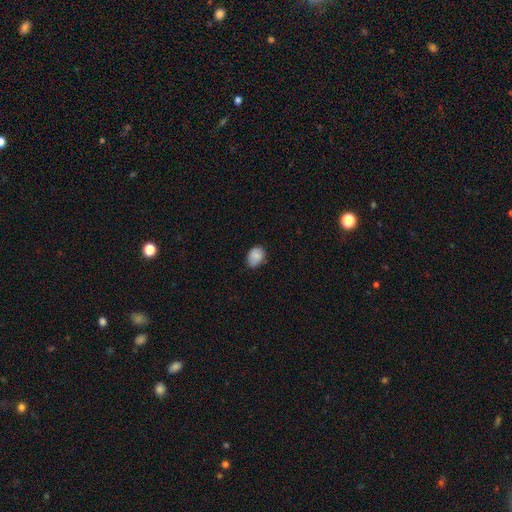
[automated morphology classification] type=smooth (85%); roundness=in between (69%); merging=none (63%).